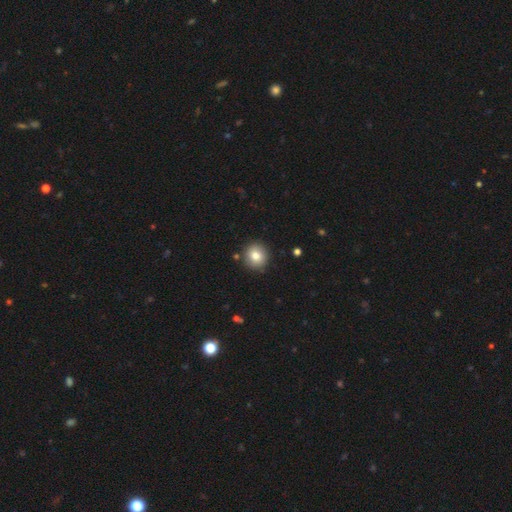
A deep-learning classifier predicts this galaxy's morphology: Smooth or featured? smooth (80%)
How rounded? round (91%)
Merging? none (88%)